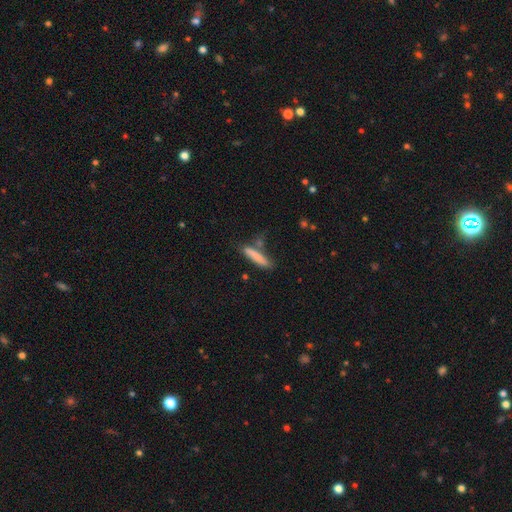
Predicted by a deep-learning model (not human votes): smooth 83%, featured or disk 11%, star or artifact 6%. Down the decision tree: how rounded — cigar-shaped (86%); merging — none (70%).